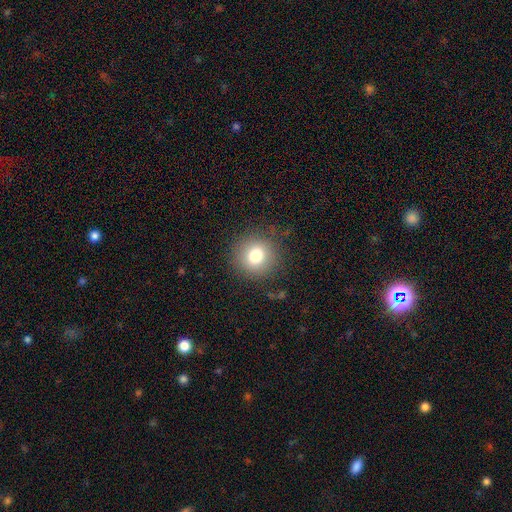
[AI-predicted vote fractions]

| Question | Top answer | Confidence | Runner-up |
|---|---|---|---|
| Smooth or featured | smooth | 77% | star or artifact (12%) |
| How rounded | round | 93% | in between (6%) |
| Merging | none | 86% | minor disturbance (9%) |